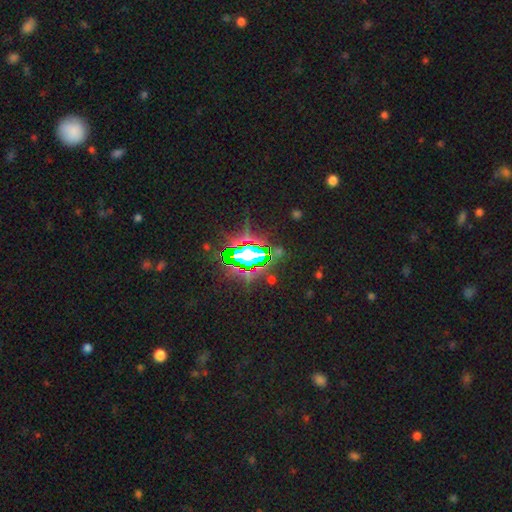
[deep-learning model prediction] Overall: star or artifact (78%).